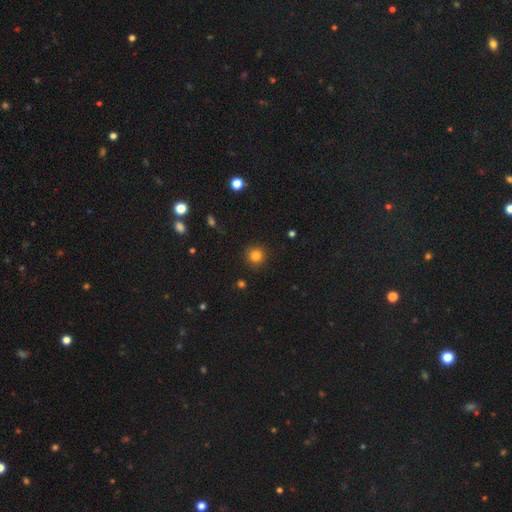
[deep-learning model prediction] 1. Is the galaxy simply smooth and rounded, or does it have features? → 82% smooth, 13% star or artifact, 5% featured or disk.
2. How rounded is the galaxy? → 94% round, 5% in between, 1% cigar-shaped.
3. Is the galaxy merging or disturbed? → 90% none, 7% minor disturbance, 2% major disturbance, 1% merger.